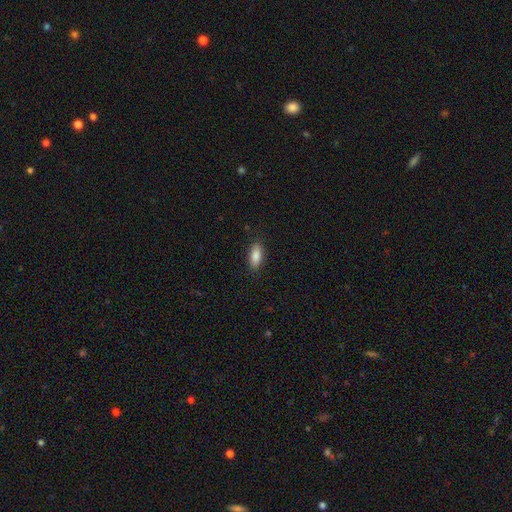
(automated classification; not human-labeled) Smooth or featured: smooth — 87% (star or artifact — 7%)
How rounded: in between — 85% (cigar-shaped — 13%)
Merging: none — 85% (minor disturbance — 11%)